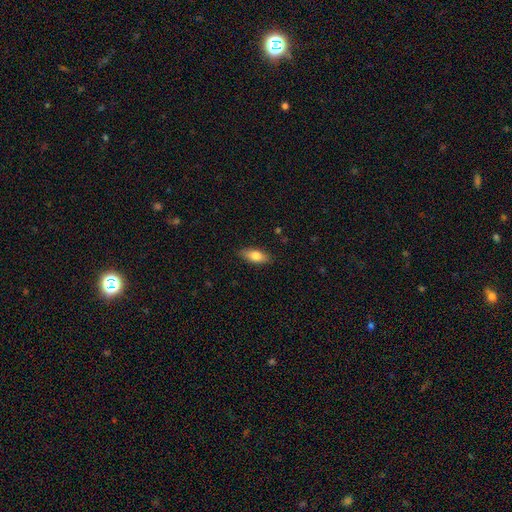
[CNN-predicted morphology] smooth_or_featured: smooth (p=0.76) [alt: featured or disk p=0.18]
how_rounded: in between (p=0.77) [alt: cigar-shaped p=0.20]
merging: none (p=0.87) [alt: minor disturbance p=0.10]